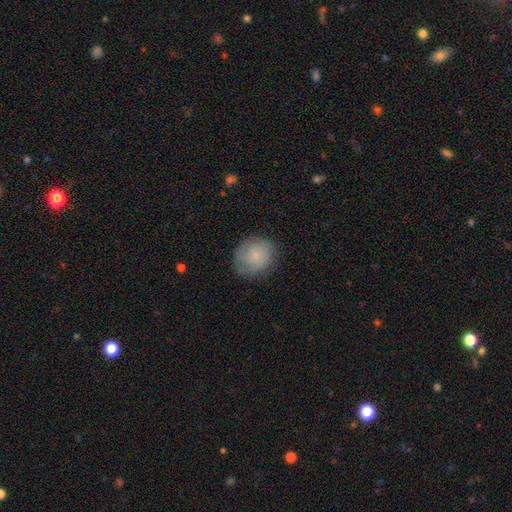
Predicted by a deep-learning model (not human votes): Smooth or featured?
  - smooth: 76% *
  - featured or disk: 16%
  - star or artifact: 8%
How rounded?
  - round: 82% *
  - in between: 17%
  - cigar-shaped: 1%
Merging?
  - none: 79% *
  - minor disturbance: 16%
  - major disturbance: 4%
  - merger: 1%